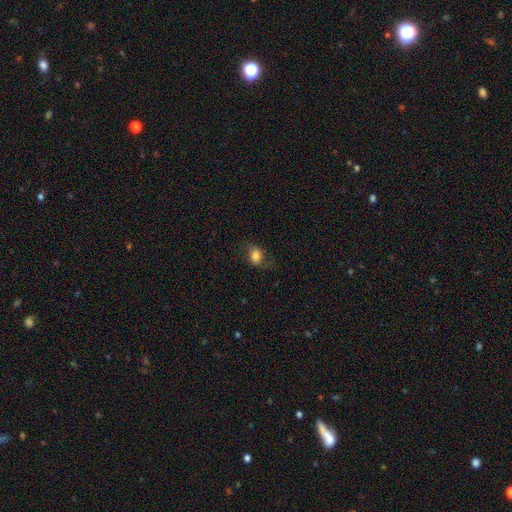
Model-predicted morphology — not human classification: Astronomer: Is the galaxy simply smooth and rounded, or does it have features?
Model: smooth — 74%.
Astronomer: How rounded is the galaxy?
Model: in between — 67%.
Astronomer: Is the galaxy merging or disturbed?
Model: none — 63%.